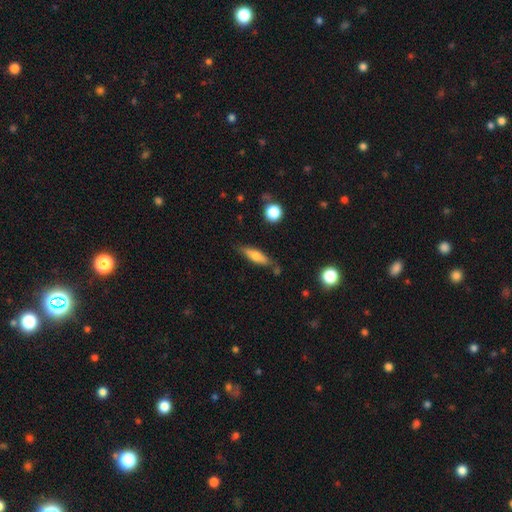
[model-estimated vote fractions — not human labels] Smooth or featured? Predicted: smooth (p=0.64). How rounded? Predicted: cigar-shaped (p=0.60). Merging? Predicted: none (p=0.73).